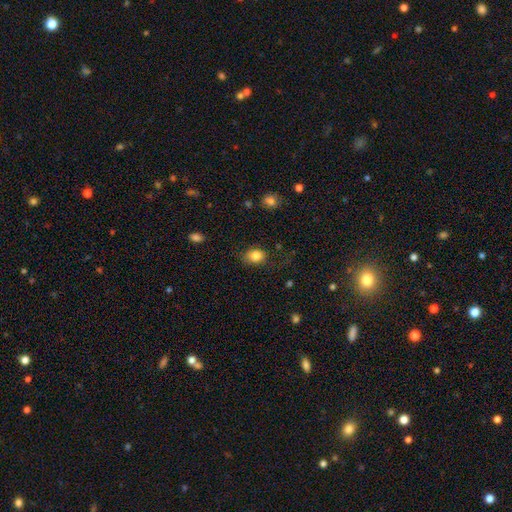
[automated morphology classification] type=smooth (84%); roundness=in between (58%); merging=none (73%).